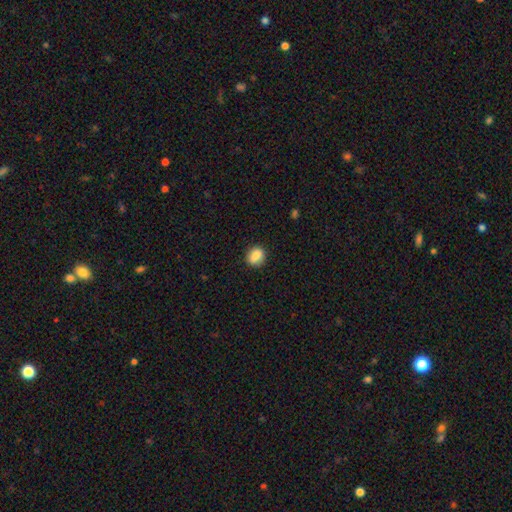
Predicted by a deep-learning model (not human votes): Overall: smooth (86%). How rounded: round (62%; in between 36%). Merging: none (86%).